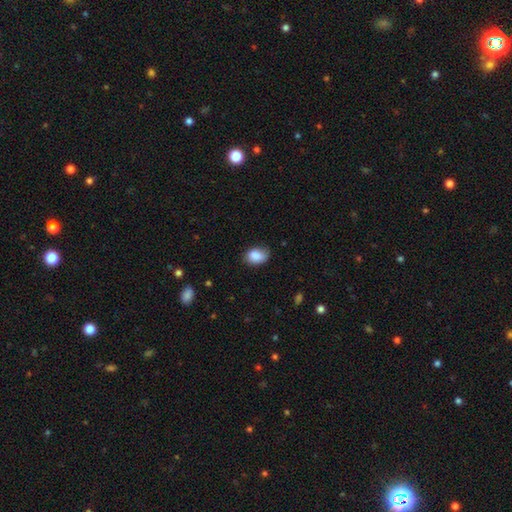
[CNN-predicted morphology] smooth 85%, star or artifact 8%, featured or disk 7%. Down the decision tree: how rounded — in between (77%); merging — none (66%).